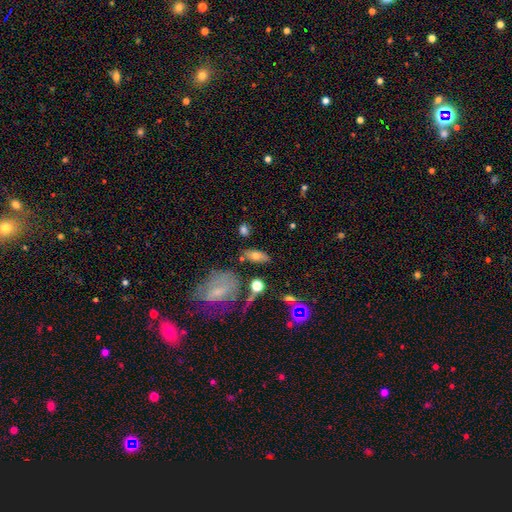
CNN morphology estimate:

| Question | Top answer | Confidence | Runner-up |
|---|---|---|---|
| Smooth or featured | smooth | 67% | featured or disk (23%) |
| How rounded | in between | 81% | cigar-shaped (12%) |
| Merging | none | 73% | minor disturbance (14%) |